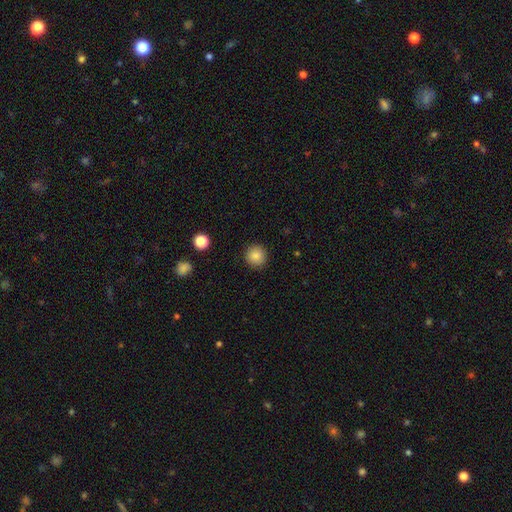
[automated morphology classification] A smooth galaxy with no disk features (86%) that is round (93%).

Vote fractions:
- Smooth or featured? smooth: 86% / star or artifact: 10% / featured or disk: 5%
- How rounded? round: 93% / in between: 6% / cigar-shaped: 1%
- Merging? none: 91% / minor disturbance: 6% / major disturbance: 2% / merger: 1%